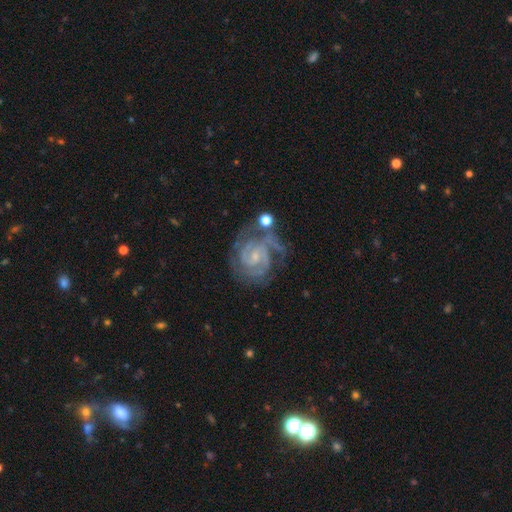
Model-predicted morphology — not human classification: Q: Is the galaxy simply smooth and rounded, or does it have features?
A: featured or disk — 90%.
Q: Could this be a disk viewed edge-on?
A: no — 98%.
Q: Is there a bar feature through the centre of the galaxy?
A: weak — 45%.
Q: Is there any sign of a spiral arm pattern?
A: yes — 98%.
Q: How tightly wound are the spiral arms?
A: tight — 64%.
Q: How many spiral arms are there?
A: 2 — 47%.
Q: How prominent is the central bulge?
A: small — 73%.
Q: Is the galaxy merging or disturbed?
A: none — 60%.